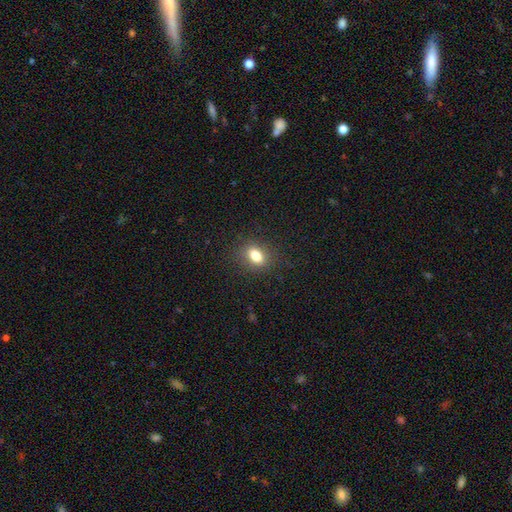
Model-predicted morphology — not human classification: A smooth galaxy with no disk features (81%) that is in between round and cigar-shaped (75%). Merging: none (86%).